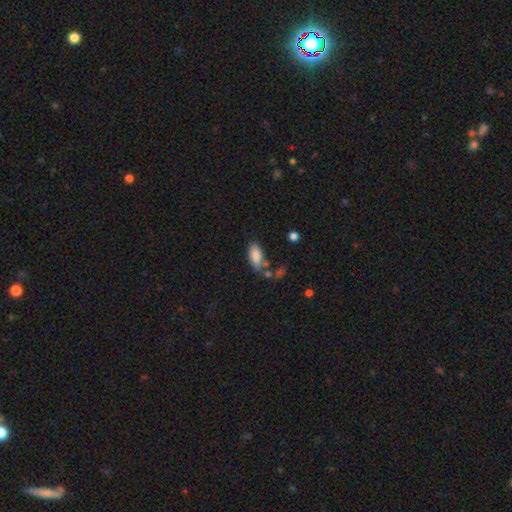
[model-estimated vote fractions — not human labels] Smooth or featured? Predicted: smooth (p=0.86). How rounded? Predicted: in between (p=0.88). Merging? Predicted: none (p=0.62).